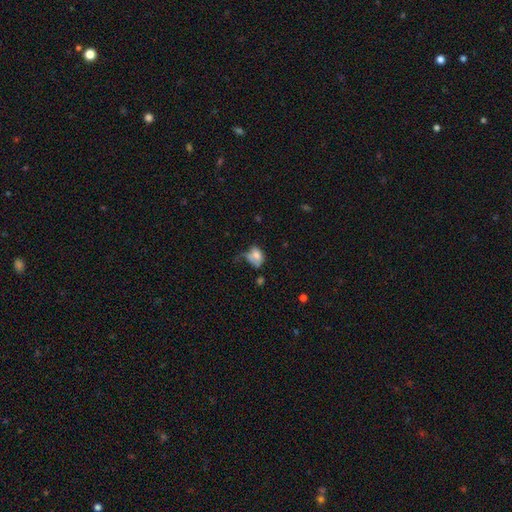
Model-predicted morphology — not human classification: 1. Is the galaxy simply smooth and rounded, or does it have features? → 70% smooth, 20% featured or disk, 11% star or artifact.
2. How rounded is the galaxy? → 72% in between, 27% round, 2% cigar-shaped.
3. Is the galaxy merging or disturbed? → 32% major disturbance, 29% minor disturbance, 25% none, 14% merger.